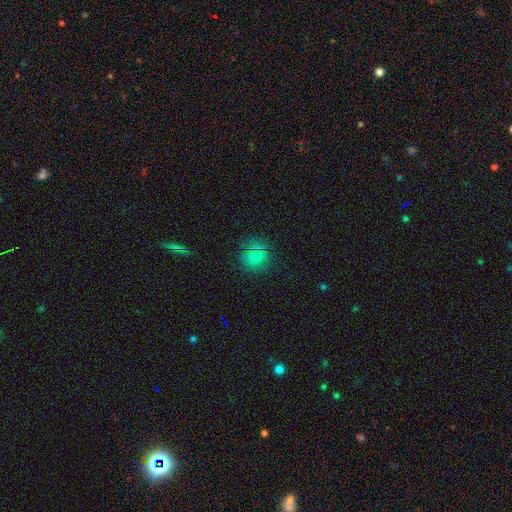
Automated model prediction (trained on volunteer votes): A smooth galaxy with no disk features (73%) that is round (83%).

Vote fractions:
- Smooth or featured? smooth: 73% / star or artifact: 17% / featured or disk: 10%
- How rounded? round: 83% / in between: 16% / cigar-shaped: 1%
- Merging? none: 71% / minor disturbance: 18% / major disturbance: 7% / merger: 3%